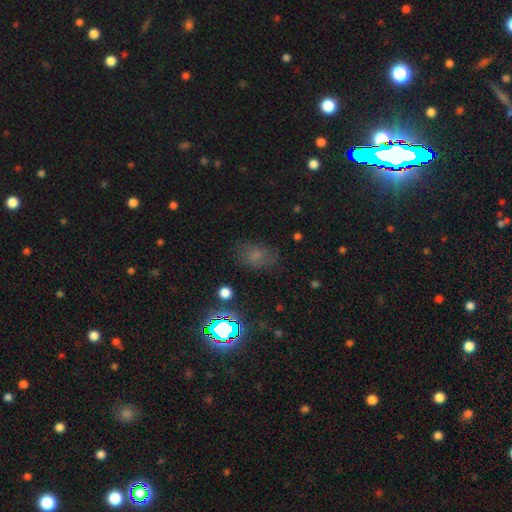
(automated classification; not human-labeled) smooth 62%, star or artifact 25%, featured or disk 12%. Down the decision tree: how rounded — in between (77%); merging — none (71%).